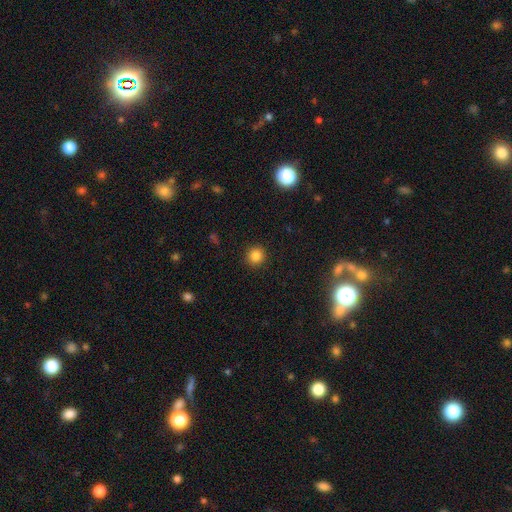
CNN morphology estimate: This appears to be a smooth galaxy with no disk features (84%) that is round (92%). Merging: none (91%).